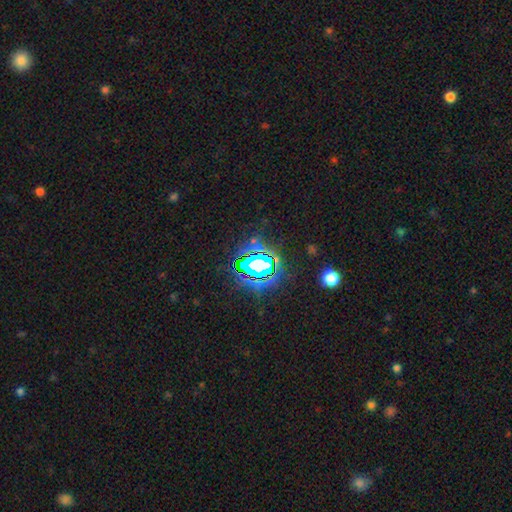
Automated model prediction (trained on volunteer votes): star or artifact 80%, smooth 12%, featured or disk 7%.